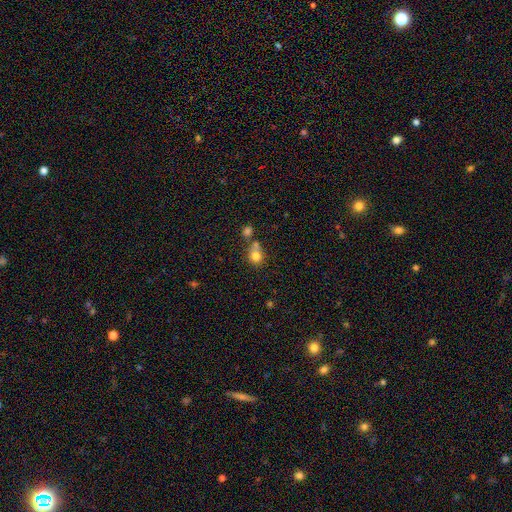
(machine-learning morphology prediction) Smooth or featured?
  - smooth: 78% *
  - star or artifact: 12%
  - featured or disk: 10%
How rounded?
  - round: 78% *
  - in between: 21%
  - cigar-shaped: 1%
Merging?
  - none: 43% *
  - merger: 40%
  - minor disturbance: 12%
  - major disturbance: 6%